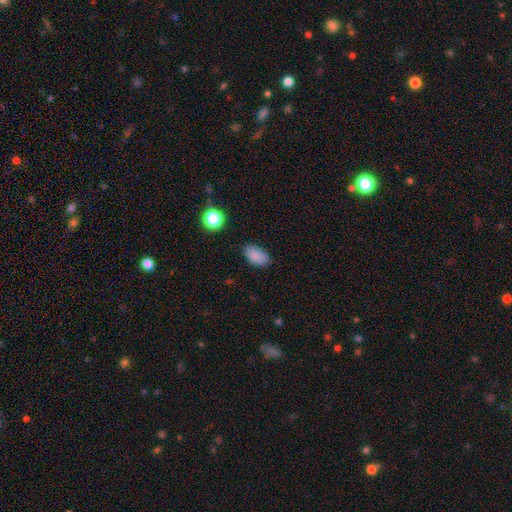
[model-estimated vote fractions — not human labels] This is clearly a smooth galaxy (87%). How rounded: clearly in between (92%). Merging: clearly none (81%).